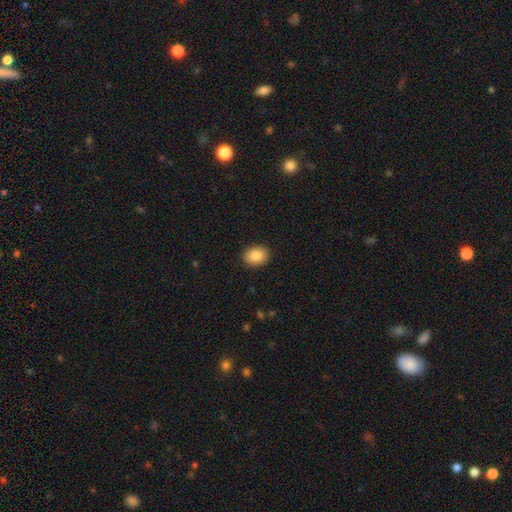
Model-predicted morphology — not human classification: The model was most divided on "how rounded": in between: 64%, round: 35%, cigar-shaped: 1%. More confident: merging — none (90%); smooth or featured — smooth (87%).